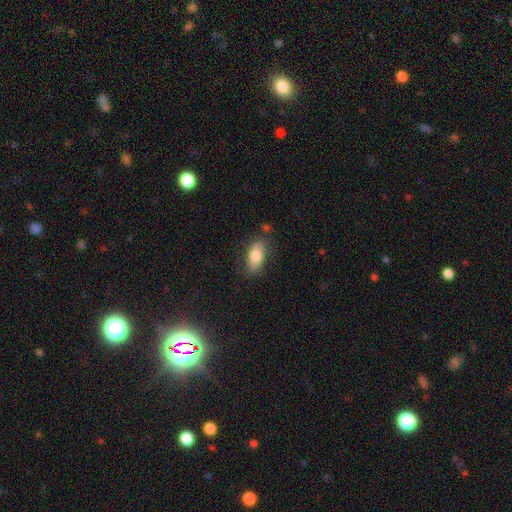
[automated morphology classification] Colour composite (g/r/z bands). It shows a smooth galaxy with no disk features (77%) that is in between round and cigar-shaped (88%). Merging: none (75%).